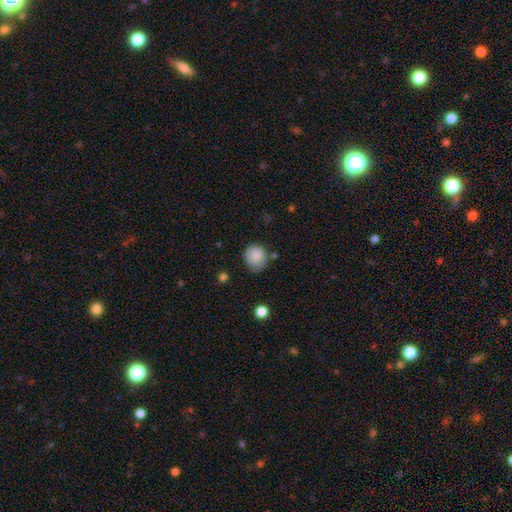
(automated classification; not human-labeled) smooth_or_featured: smooth (p=0.86) [alt: star or artifact p=0.08]
how_rounded: round (p=0.85) [alt: in between p=0.14]
merging: none (p=0.72) [alt: minor disturbance p=0.20]